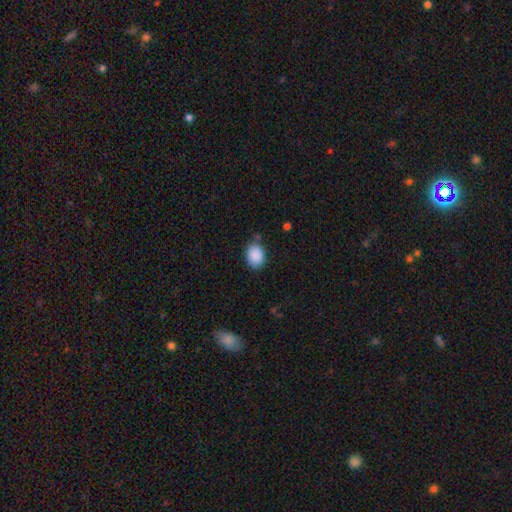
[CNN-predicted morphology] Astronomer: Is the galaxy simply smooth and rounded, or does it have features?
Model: smooth — 89%.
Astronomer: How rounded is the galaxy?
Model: in between — 56% (runner-up: round, 43%).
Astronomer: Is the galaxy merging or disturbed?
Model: none — 74%.